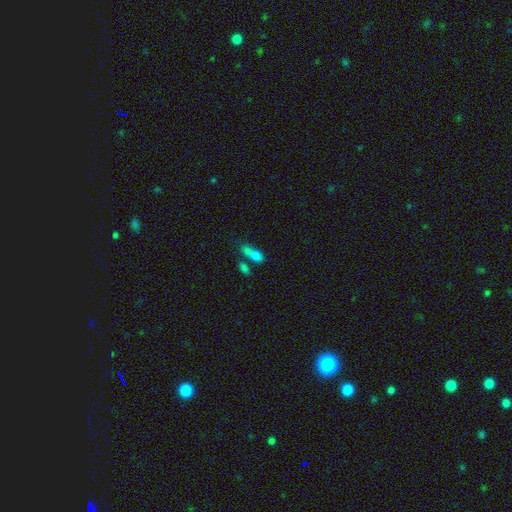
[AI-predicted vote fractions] Smooth or featured: smooth — 75% (featured or disk — 14%)
How rounded: in between — 72% (cigar-shaped — 15%)
Merging: merger — 50% (none — 28%)